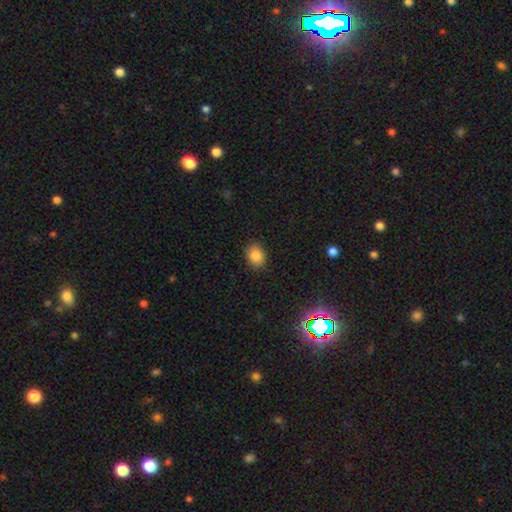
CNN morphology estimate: type=smooth (85%); roundness=in between (54%); merging=none (88%).